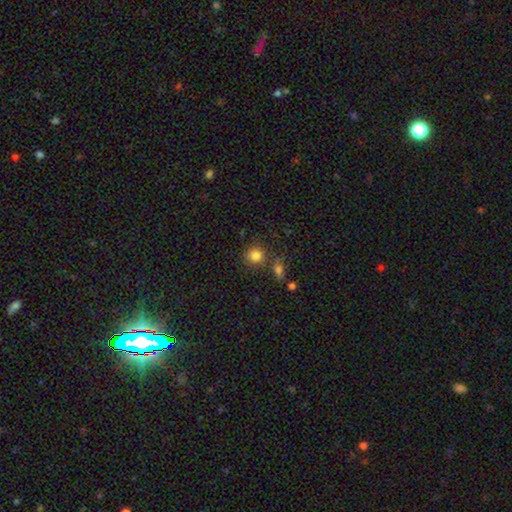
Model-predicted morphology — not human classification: A smooth galaxy with no disk features (83%) that is round (88%).

Vote fractions:
- Smooth or featured? smooth: 83% / star or artifact: 11% / featured or disk: 6%
- How rounded? round: 88% / in between: 11% / cigar-shaped: 1%
- Merging? none: 75% / merger: 11% / minor disturbance: 10% / major disturbance: 4%